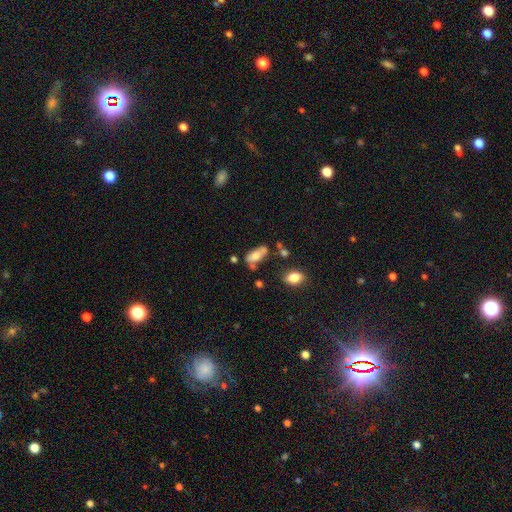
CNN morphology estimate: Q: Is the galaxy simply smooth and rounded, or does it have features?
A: smooth — 69%.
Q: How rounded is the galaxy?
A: in between — 78%.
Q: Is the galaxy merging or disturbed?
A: none — 51%.